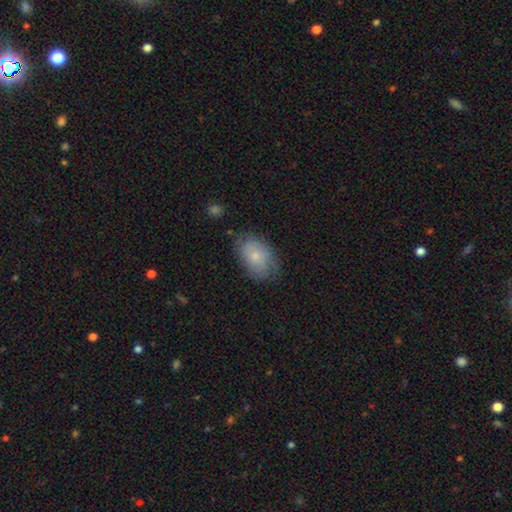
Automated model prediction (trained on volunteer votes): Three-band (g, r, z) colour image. It shows a smooth galaxy with no disk features (70%) that is in between round and cigar-shaped (86%). Merging: none (67%).